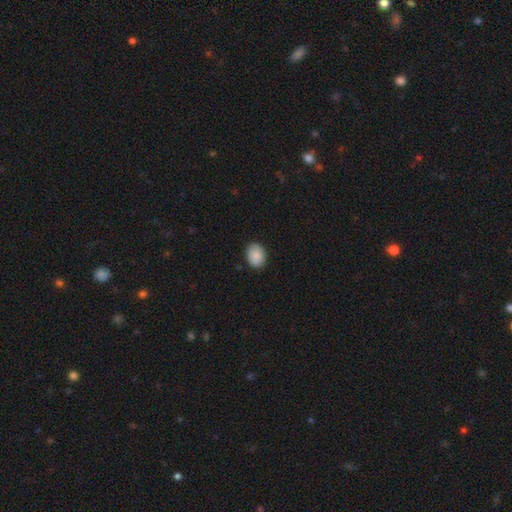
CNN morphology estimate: Smooth or featured: smooth — 88% (star or artifact — 7%)
How rounded: in between — 68% (round — 31%)
Merging: none — 86% (minor disturbance — 11%)